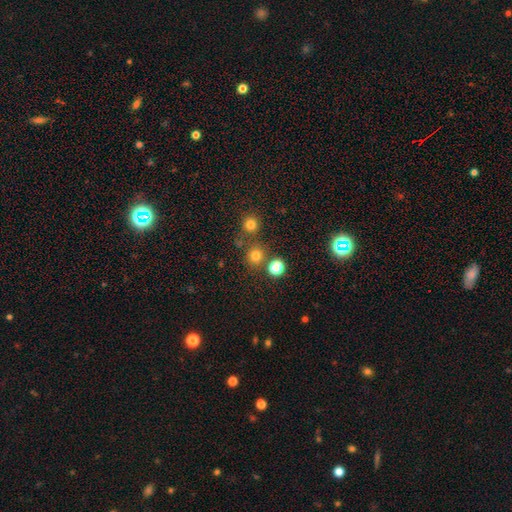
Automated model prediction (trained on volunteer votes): Q: Smooth or featured?
A: smooth (76%); runner-up: star or artifact (18%)
Q: How rounded?
A: round (92%); runner-up: in between (7%)
Q: Merging?
A: none (77%); runner-up: merger (12%)